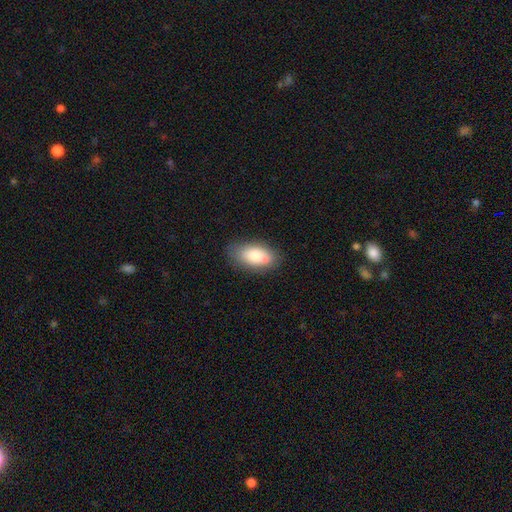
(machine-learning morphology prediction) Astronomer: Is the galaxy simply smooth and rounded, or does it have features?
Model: smooth — 83%.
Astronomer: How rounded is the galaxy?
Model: in between — 91%.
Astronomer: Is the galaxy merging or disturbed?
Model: none — 79%.